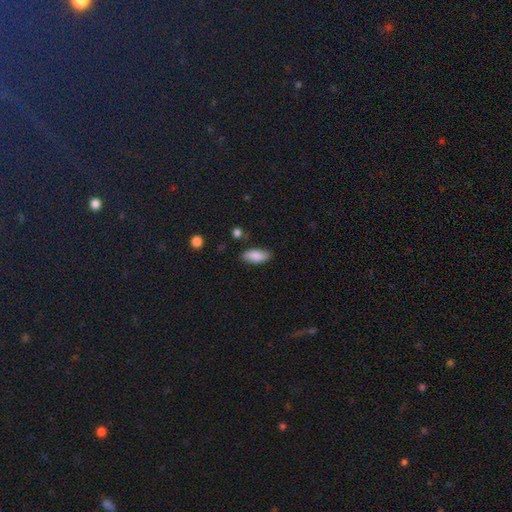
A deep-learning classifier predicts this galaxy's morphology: smooth-or-featured: smooth: 85% | featured or disk: 8% | star or artifact: 7%
  how-rounded: in between: 85% | cigar-shaped: 13% | round: 2%
  merging: none: 82% | minor disturbance: 13% | major disturbance: 3% | merger: 2%